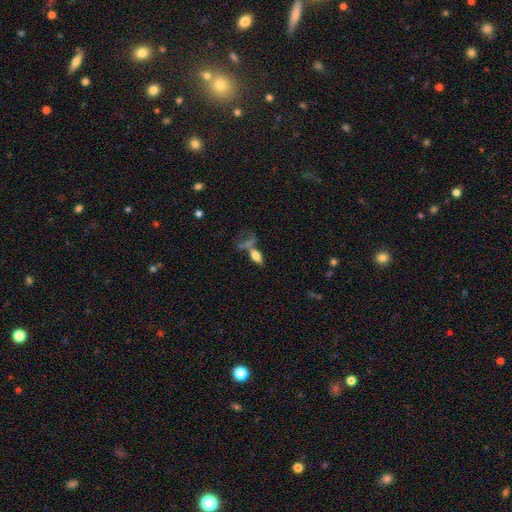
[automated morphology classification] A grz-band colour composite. It shows a smooth galaxy with no disk features (63%) that is in between round and cigar-shaped (74%). Merging: none (45%).